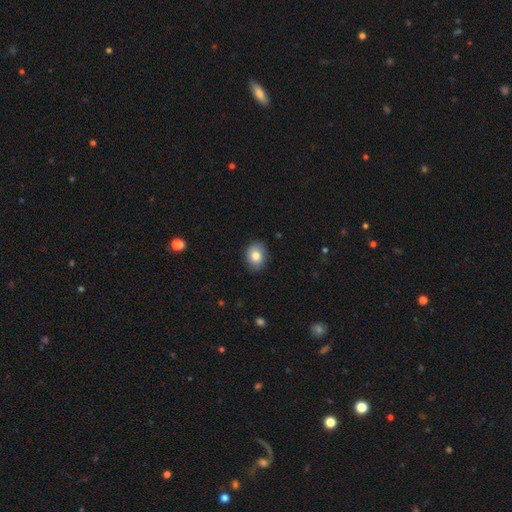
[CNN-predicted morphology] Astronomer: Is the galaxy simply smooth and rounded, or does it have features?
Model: smooth — 83%.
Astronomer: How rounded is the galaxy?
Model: in between — 52% (runner-up: round, 47%).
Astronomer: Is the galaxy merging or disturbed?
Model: none — 83%.